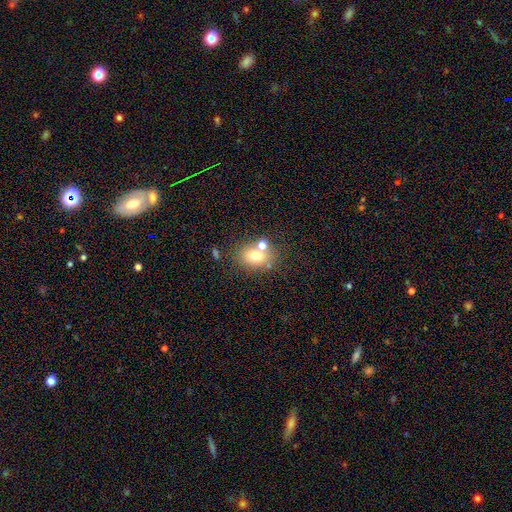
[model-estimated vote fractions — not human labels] A smooth galaxy with no disk features (70%) that is in between round and cigar-shaped (59%). Merging: none (61%).